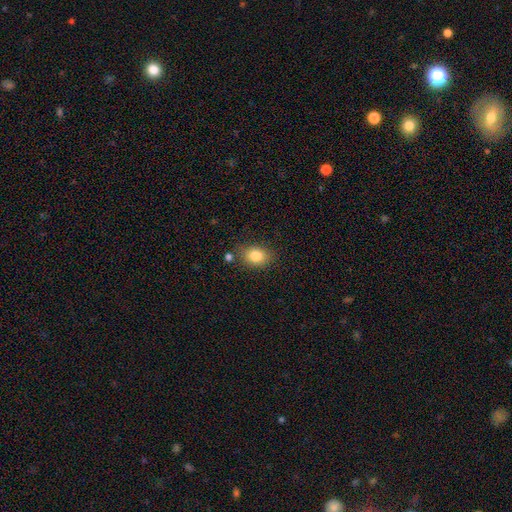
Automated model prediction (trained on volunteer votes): This is clearly a smooth galaxy (83%). How rounded: likely in between (61%). Merging: likely none (78%).